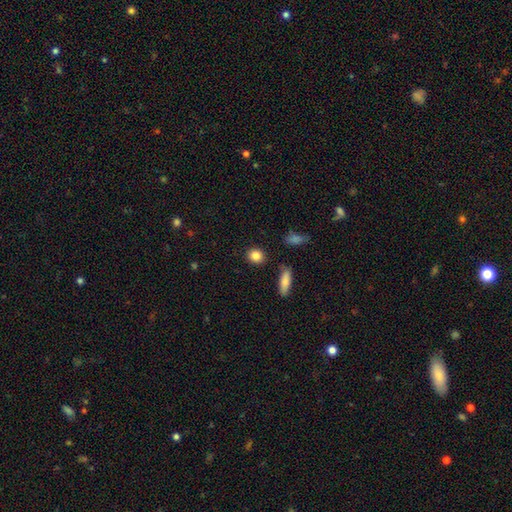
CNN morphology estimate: Smooth or featured?
  - smooth: 85% *
  - star or artifact: 9%
  - featured or disk: 6%
How rounded?
  - round: 72% *
  - in between: 25%
  - cigar-shaped: 2%
Merging?
  - none: 87% *
  - minor disturbance: 8%
  - merger: 3%
  - major disturbance: 2%